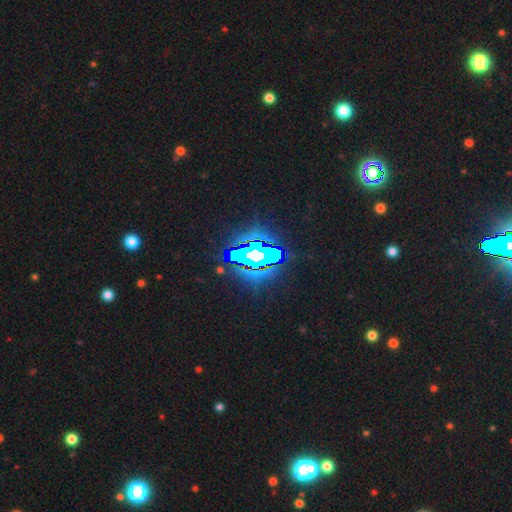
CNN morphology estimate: Smooth or featured: star or artifact — 67% (featured or disk — 19%)